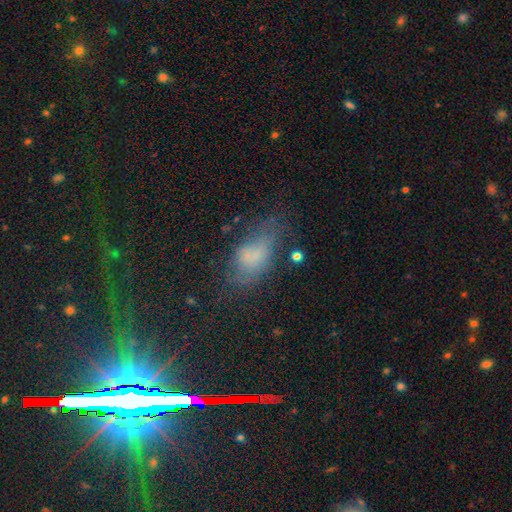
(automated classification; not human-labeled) Smooth or featured? Predicted: smooth (p=0.59). How rounded? Predicted: in between (p=0.86). Merging? Predicted: none (p=0.46).